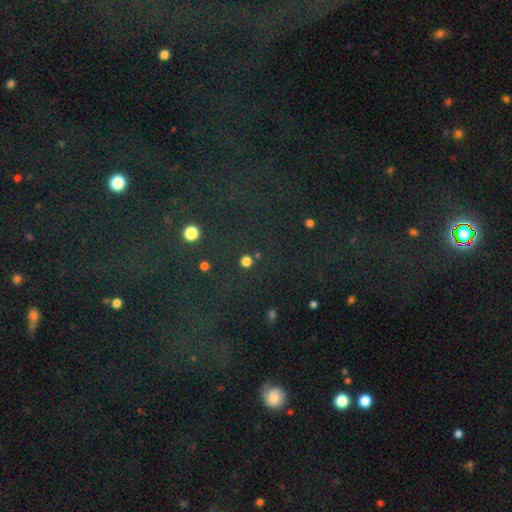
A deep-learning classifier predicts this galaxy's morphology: Smooth or featured: star or artifact — 72% (smooth — 18%)